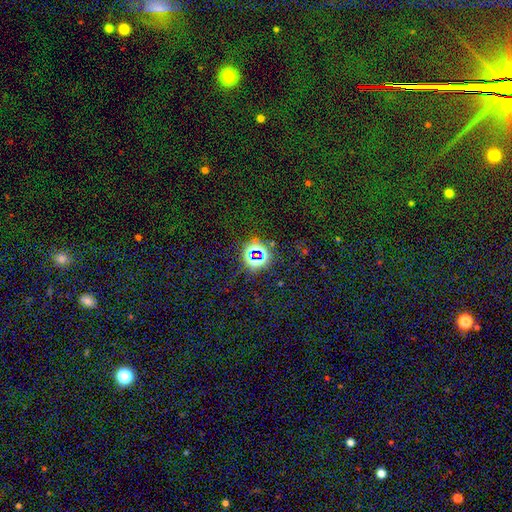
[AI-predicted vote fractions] This is likely a star or artifact rather than a galaxy (76%).